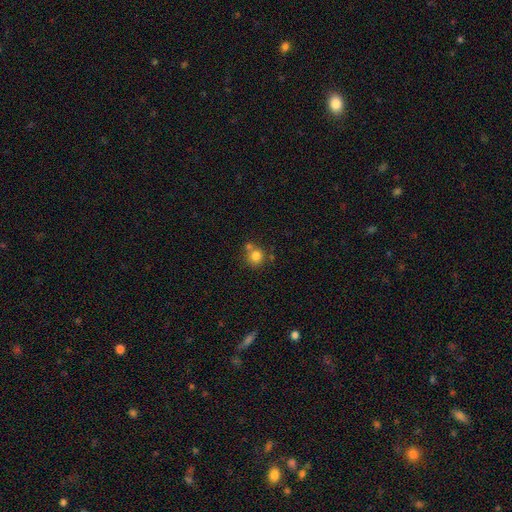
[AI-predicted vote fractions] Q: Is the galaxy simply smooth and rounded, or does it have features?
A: smooth — 79%.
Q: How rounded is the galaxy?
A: round — 88%.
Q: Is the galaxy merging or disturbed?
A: none — 59%.